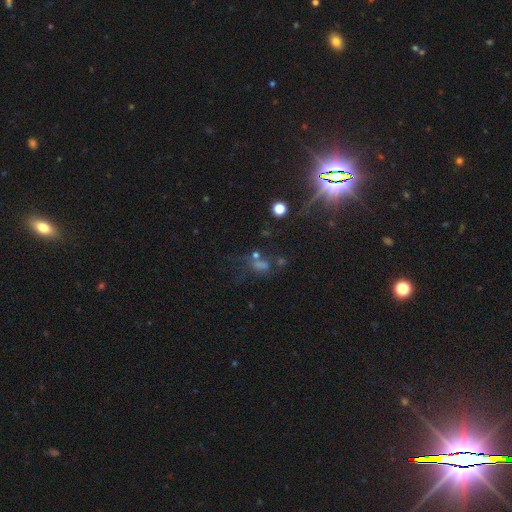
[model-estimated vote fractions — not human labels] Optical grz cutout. It shows a star or artifact, not a galaxy (68%).